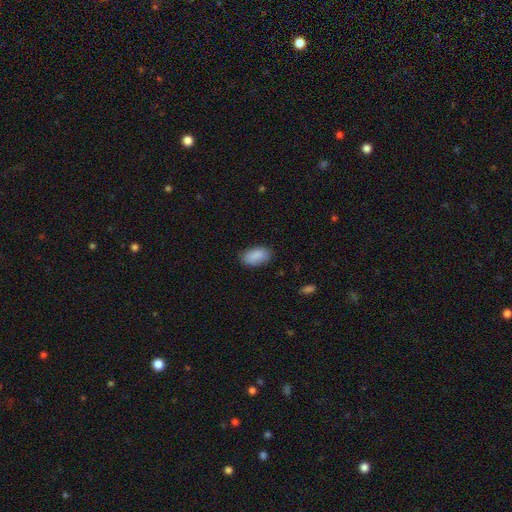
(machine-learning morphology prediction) Smooth or featured? Predicted: smooth (p=0.89). How rounded? Predicted: in between (p=0.94). Merging? Predicted: none (p=0.84).